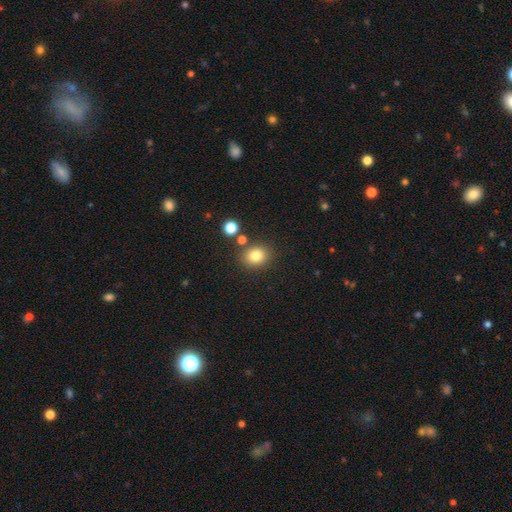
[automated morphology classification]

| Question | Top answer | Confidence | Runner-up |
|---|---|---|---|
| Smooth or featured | smooth | 81% | star or artifact (12%) |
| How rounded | round | 63% | in between (36%) |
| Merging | none | 80% | minor disturbance (9%) |